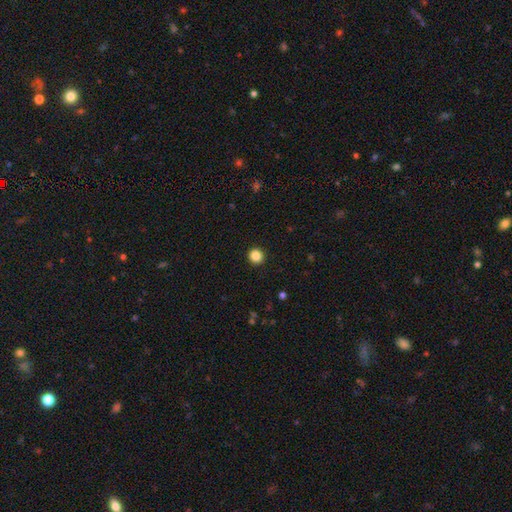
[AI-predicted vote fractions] Smooth or featured?
  - smooth: 86% *
  - star or artifact: 11%
  - featured or disk: 3%
How rounded?
  - round: 95% *
  - in between: 4%
  - cigar-shaped: 1%
Merging?
  - none: 93% *
  - minor disturbance: 4%
  - major disturbance: 2%
  - merger: 1%